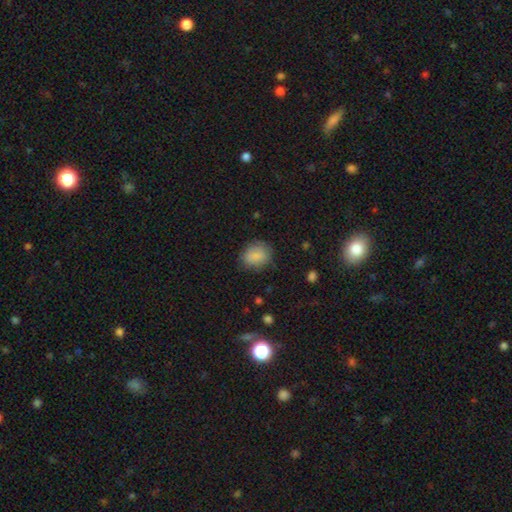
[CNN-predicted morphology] smooth_or_featured: smooth (p=0.83) [alt: featured or disk p=0.09]
how_rounded: round (p=0.56) [alt: in between p=0.43]
merging: none (p=0.74) [alt: minor disturbance p=0.19]